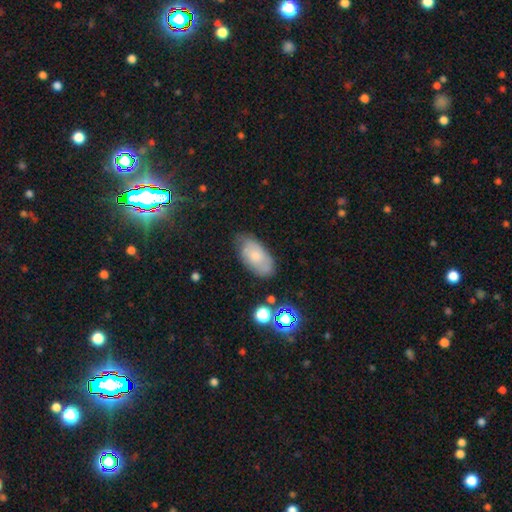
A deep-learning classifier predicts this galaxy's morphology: A smooth galaxy with no disk features (63%) that is in between round and cigar-shaped (93%). Merging: none (66%).